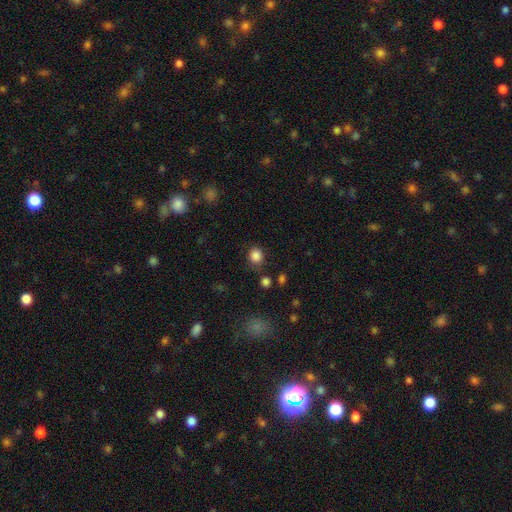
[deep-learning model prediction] Smooth or featured? smooth (85%)
How rounded? round (78%)
Merging? none (81%)